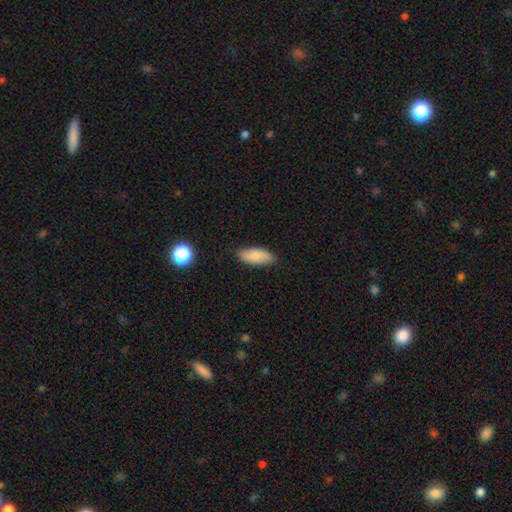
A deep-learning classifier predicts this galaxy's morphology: A smooth galaxy with no disk features (83%) that is in between round and cigar-shaped (79%). Merging: none (84%).